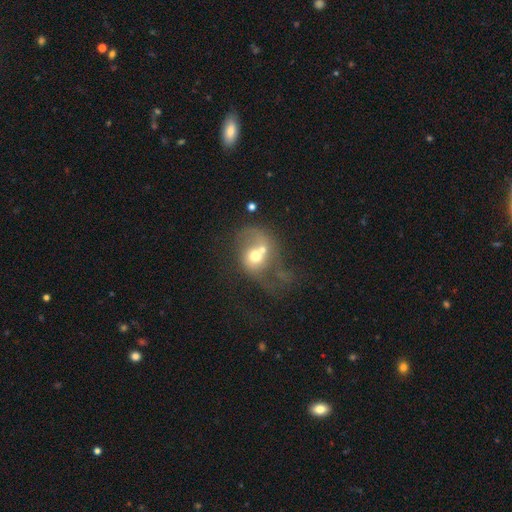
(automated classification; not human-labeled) Smooth or featured: featured or disk — 49% (smooth — 40%)
Merging: merger — 53% (major disturbance — 24%)